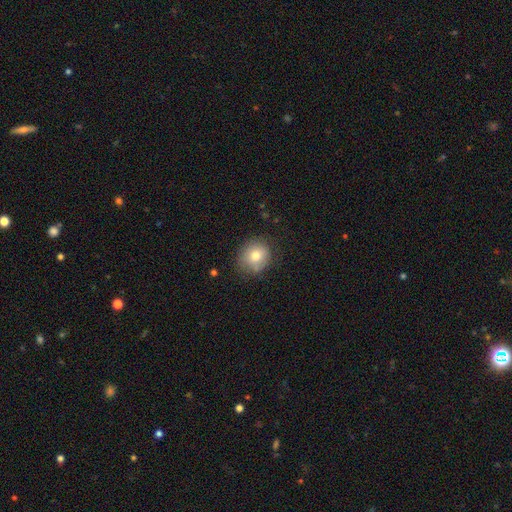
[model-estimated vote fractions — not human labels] The model was most divided on "merging": none: 77%, minor disturbance: 17%, major disturbance: 4%, merger: 1%. More confident: how rounded — round (80%); smooth or featured — smooth (76%).